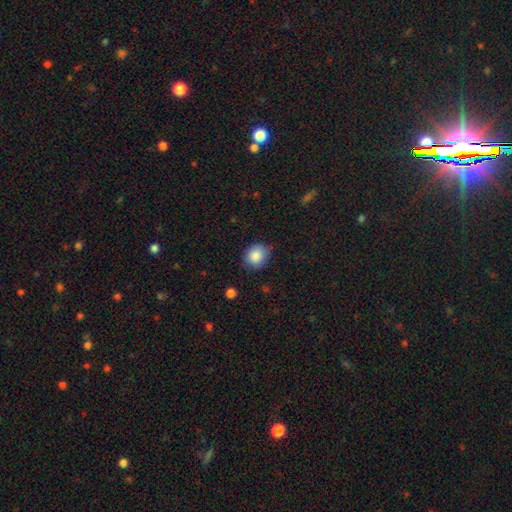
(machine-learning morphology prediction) Overall: smooth (86%). How rounded: round (65%; in between 34%). Merging: none (75%).